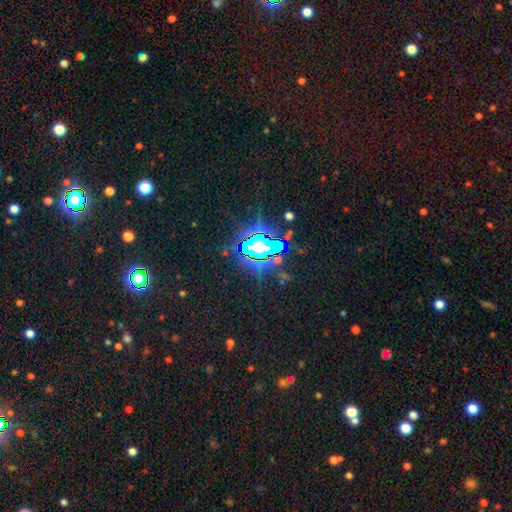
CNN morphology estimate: smooth-or-featured: star or artifact: 75% | smooth: 14% | featured or disk: 12%